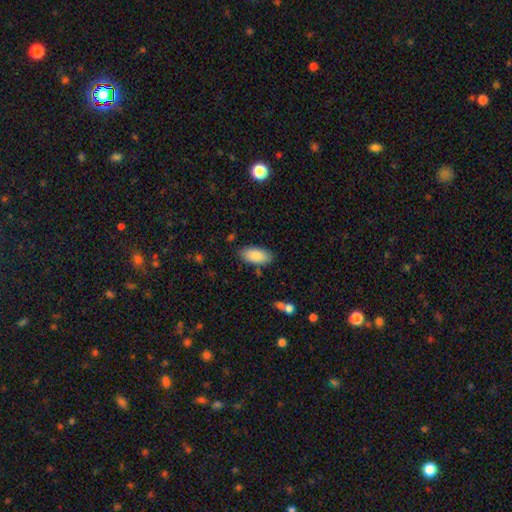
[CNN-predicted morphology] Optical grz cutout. It shows a smooth galaxy with no disk features (86%) that is in between round and cigar-shaped (92%). Merging: none (84%).